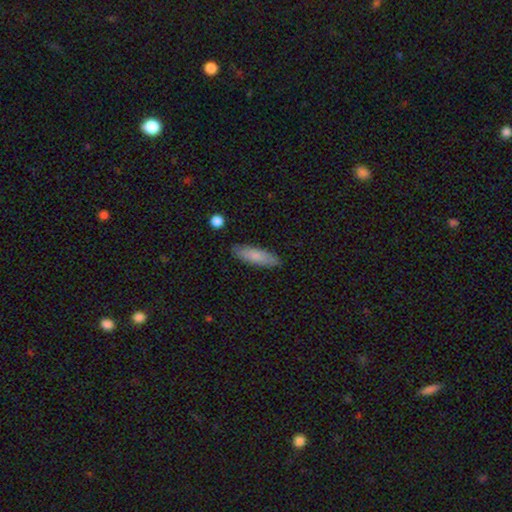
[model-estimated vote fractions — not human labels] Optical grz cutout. It shows a smooth galaxy with no disk features (77%) that is cigar-shaped (55%). Merging: none (87%).